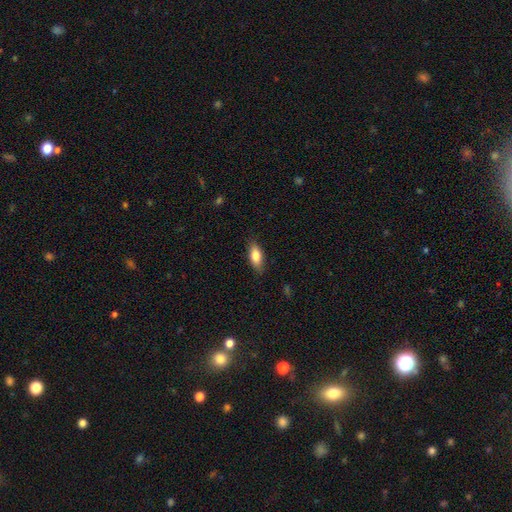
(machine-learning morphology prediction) A smooth galaxy with no disk features (79%) that is in between round and cigar-shaped (78%). Merging: none (84%).